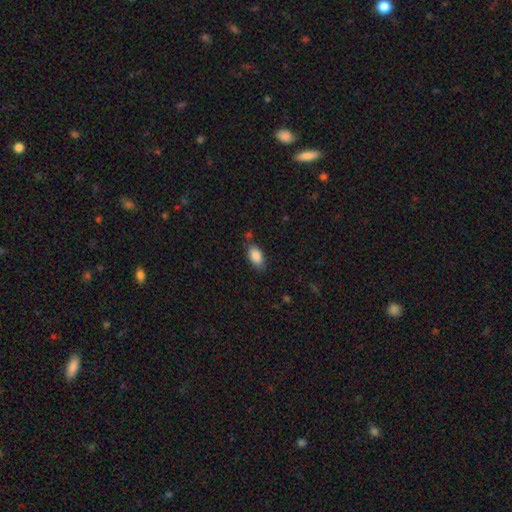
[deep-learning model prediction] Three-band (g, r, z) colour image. It shows a smooth galaxy with no disk features (87%) that is in between round and cigar-shaped (91%). Merging: none (75%).